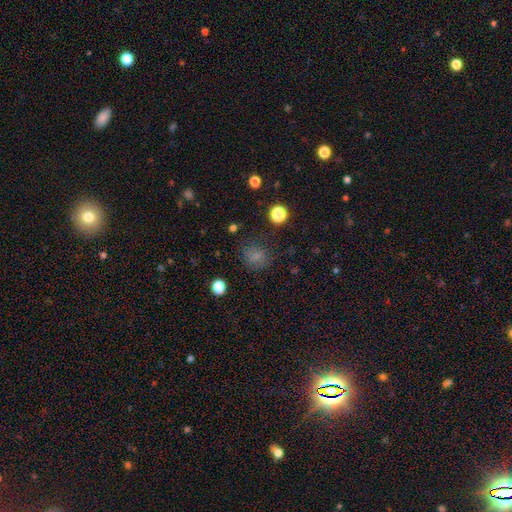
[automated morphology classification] Smooth or featured?
  - smooth: 73% *
  - star or artifact: 20%
  - featured or disk: 8%
How rounded?
  - round: 71% *
  - in between: 28%
  - cigar-shaped: 1%
Merging?
  - none: 73% *
  - minor disturbance: 17%
  - major disturbance: 9%
  - merger: 2%